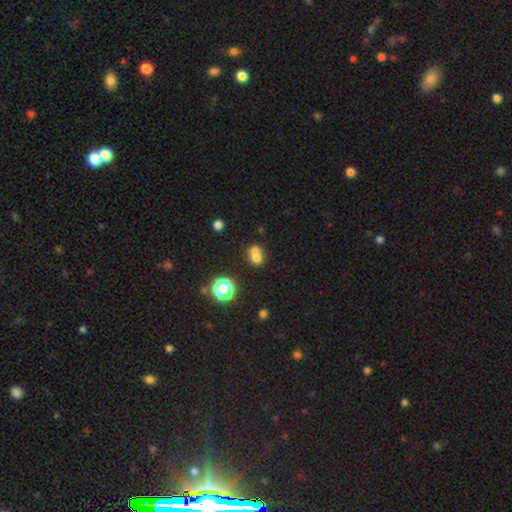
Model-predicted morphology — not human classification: smooth-or-featured: smooth: 66% | featured or disk: 18% | star or artifact: 16%
  how-rounded: round: 65% | in between: 34% | cigar-shaped: 1%
  merging: merger: 62% | none: 28% | minor disturbance: 7% | major disturbance: 4%